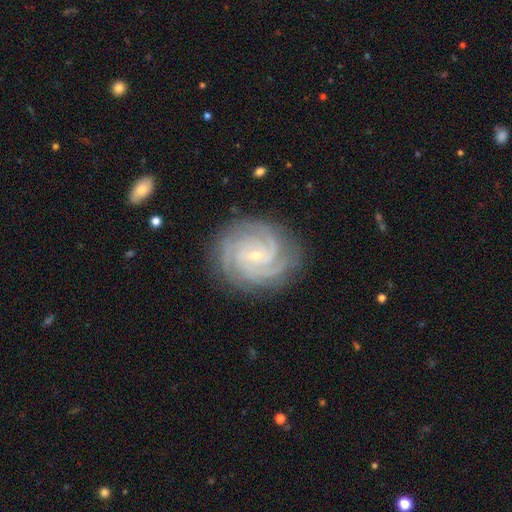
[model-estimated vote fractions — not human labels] This is clearly a featured or disk galaxy (90%). It is clearly not viewed edge-on (98%). Bar: possibly no (57%). Spiral arm pattern: clearly yes (98%). Spiral arm count: marginally 4 (33%). Spiral winding: likely tight (76%). Central bulge: clearly small (83%). Merging: clearly none (83%).